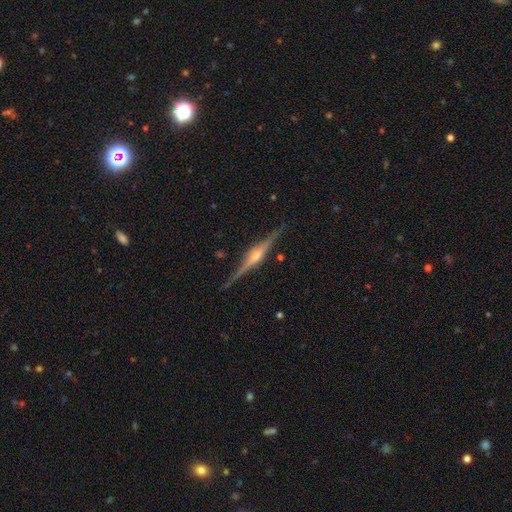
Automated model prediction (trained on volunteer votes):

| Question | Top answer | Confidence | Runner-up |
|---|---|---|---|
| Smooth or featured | featured or disk | 87% | smooth (8%) |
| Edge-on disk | yes | 98% | no (2%) |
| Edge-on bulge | rounded | 88% | boxy (9%) |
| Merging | none | 89% | minor disturbance (8%) |